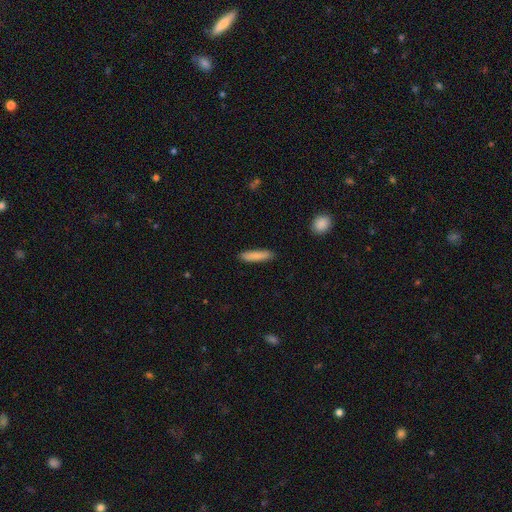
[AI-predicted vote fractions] Q: Smooth or featured?
A: smooth (85%); runner-up: featured or disk (9%)
Q: How rounded?
A: cigar-shaped (81%); runner-up: in between (18%)
Q: Merging?
A: none (88%); runner-up: minor disturbance (9%)